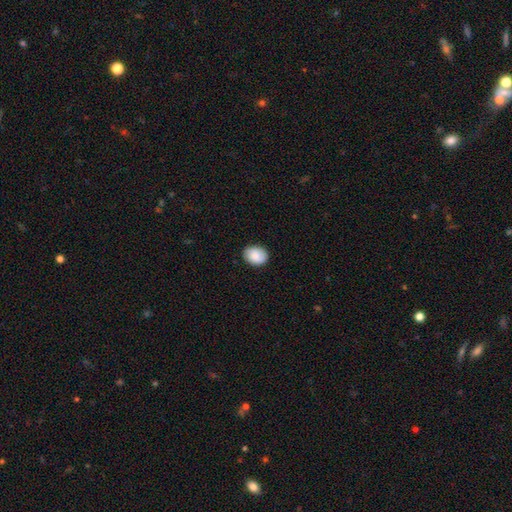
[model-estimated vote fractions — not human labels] smooth-or-featured: smooth: 85% | featured or disk: 8% | star or artifact: 7%
  how-rounded: in between: 55% | round: 44% | cigar-shaped: 1%
  merging: none: 85% | minor disturbance: 12% | major disturbance: 2% | merger: 1%